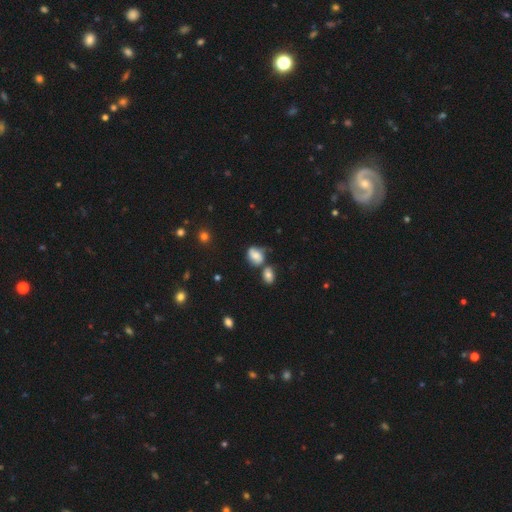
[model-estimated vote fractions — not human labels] Smooth or featured?
  - smooth: 51% *
  - featured or disk: 37%
  - star or artifact: 11%
How rounded?
  - in between: 58% *
  - round: 40%
  - cigar-shaped: 2%
Merging?
  - none: 43% *
  - merger: 23%
  - minor disturbance: 23%
  - major disturbance: 11%